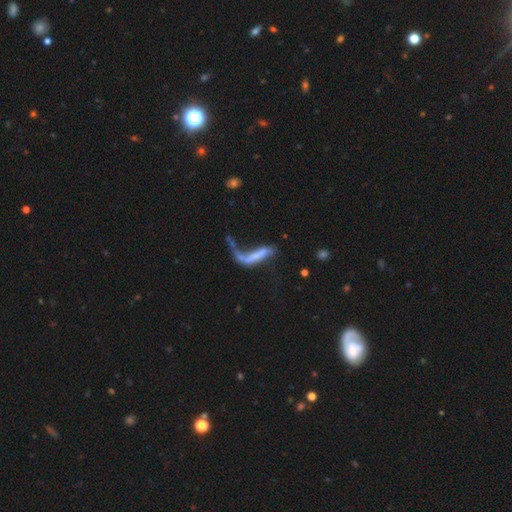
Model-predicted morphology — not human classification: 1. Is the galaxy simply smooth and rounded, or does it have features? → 47% featured or disk, 43% smooth, 10% star or artifact.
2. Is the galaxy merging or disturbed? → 45% major disturbance, 23% none, 18% merger, 14% minor disturbance.